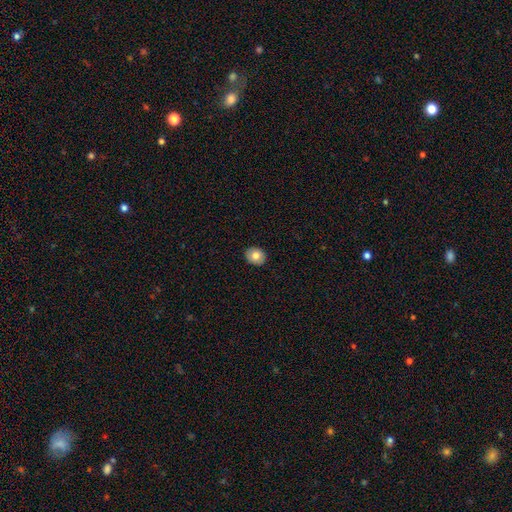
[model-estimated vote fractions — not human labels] Q: Smooth or featured?
A: smooth (78%); runner-up: featured or disk (14%)
Q: How rounded?
A: round (65%); runner-up: in between (34%)
Q: Merging?
A: none (91%); runner-up: minor disturbance (7%)